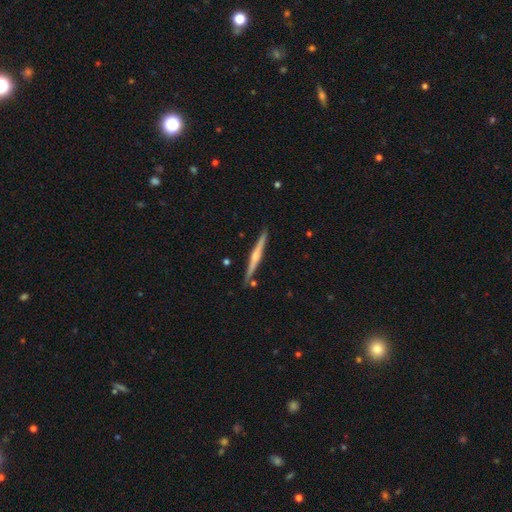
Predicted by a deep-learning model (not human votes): smooth_or_featured: featured or disk (p=0.69) [alt: smooth p=0.26]
disk_edge_on: yes (p=0.98) [alt: no p=0.02]
edge_on_bulge: rounded (p=0.74) [alt: none p=0.17]
merging: none (p=0.88) [alt: minor disturbance p=0.08]